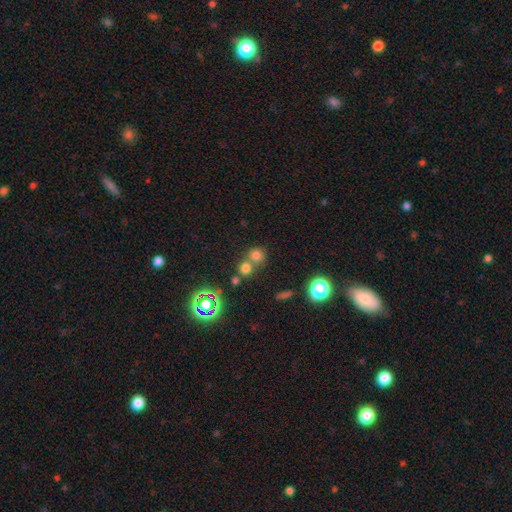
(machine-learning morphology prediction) Smooth or featured? smooth (68%)
How rounded? round (88%)
Merging? none (53%)